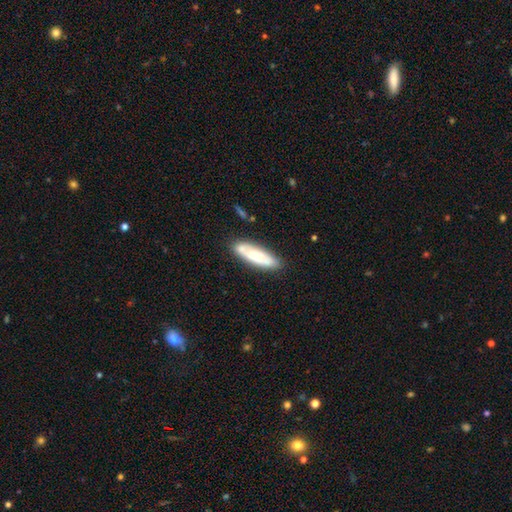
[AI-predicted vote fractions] smooth_or_featured: smooth (p=0.64) [alt: featured or disk p=0.30]
how_rounded: cigar-shaped (p=0.60) [alt: in between p=0.38]
merging: none (p=0.76) [alt: minor disturbance p=0.15]